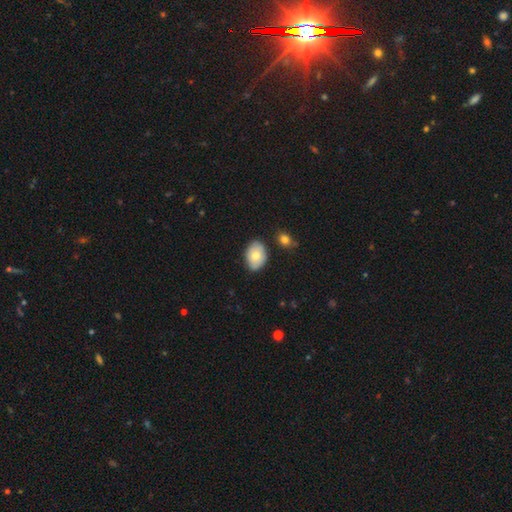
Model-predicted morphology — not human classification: A smooth galaxy with no disk features (77%) that is in between round and cigar-shaped (85%). Merging: none (80%).